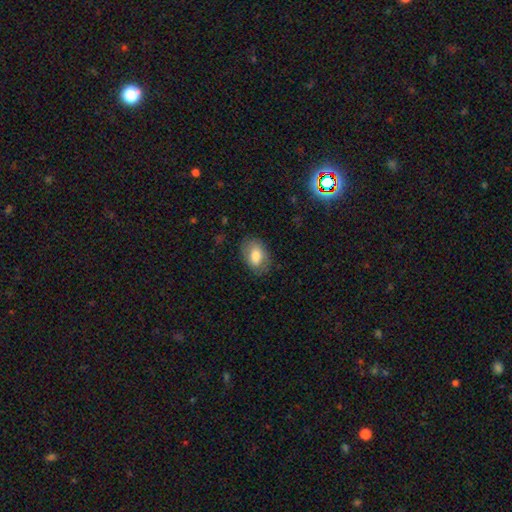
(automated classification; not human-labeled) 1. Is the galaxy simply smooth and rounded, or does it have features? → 74% smooth, 18% featured or disk, 7% star or artifact.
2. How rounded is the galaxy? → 85% in between, 13% round, 1% cigar-shaped.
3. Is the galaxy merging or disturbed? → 76% none, 17% minor disturbance, 6% major disturbance, 1% merger.